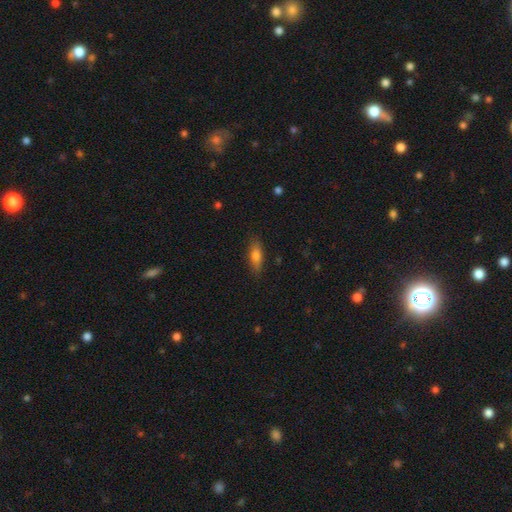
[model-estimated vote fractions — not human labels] This is likely a smooth galaxy (70%). How rounded: possibly in between (56%). Merging: clearly none (82%).